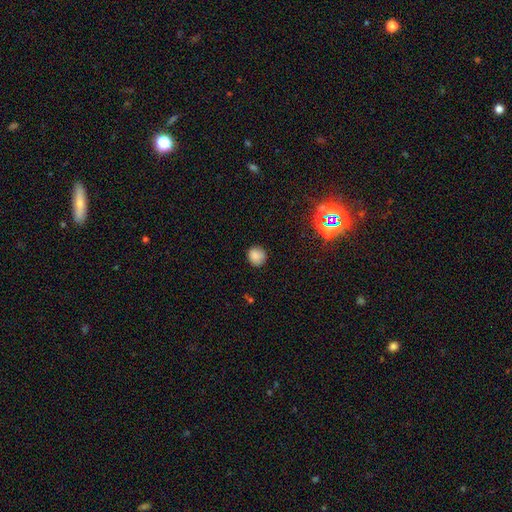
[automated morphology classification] smooth_or_featured: smooth (p=0.83) [alt: star or artifact p=0.12]
how_rounded: round (p=0.87) [alt: in between p=0.12]
merging: none (p=0.84) [alt: minor disturbance p=0.12]